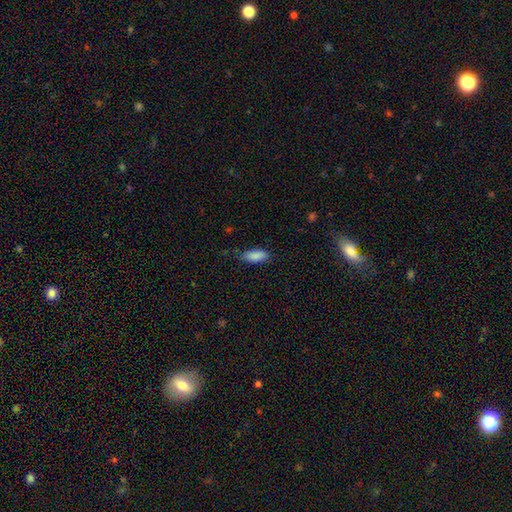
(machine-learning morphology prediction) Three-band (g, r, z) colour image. It shows a smooth galaxy with no disk features (89%) that is in between round and cigar-shaped (81%). Merging: none (77%).